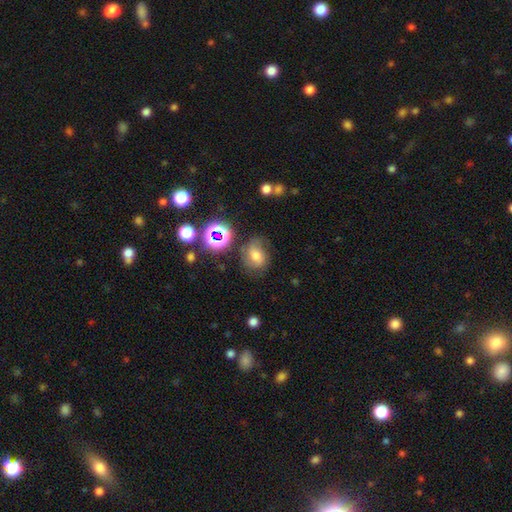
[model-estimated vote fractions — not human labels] Smooth or featured? Predicted: smooth (p=0.56). How rounded? Predicted: in between (p=0.50). Merging? Predicted: none (p=0.61).